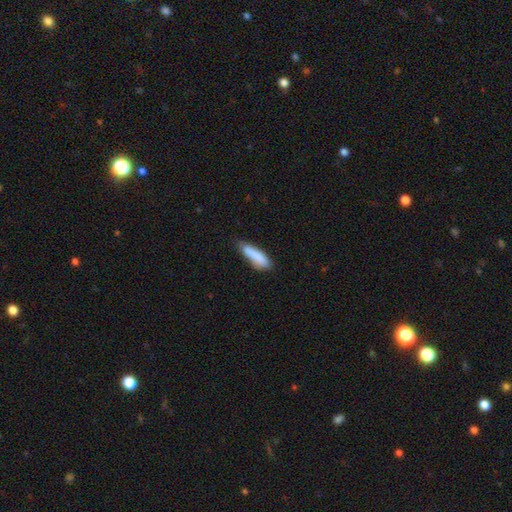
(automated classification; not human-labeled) Q: Smooth or featured?
A: smooth (84%); runner-up: featured or disk (10%)
Q: How rounded?
A: cigar-shaped (65%); runner-up: in between (33%)
Q: Merging?
A: none (59%); runner-up: minor disturbance (31%)